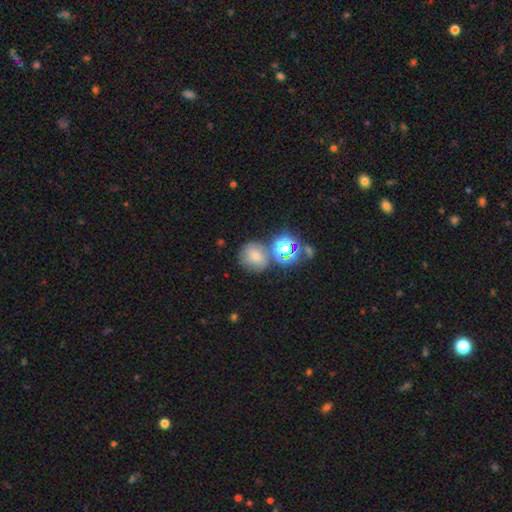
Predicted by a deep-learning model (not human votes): This is possibly a smooth galaxy (50%). How rounded: clearly round (82%). Merging: likely none (65%).